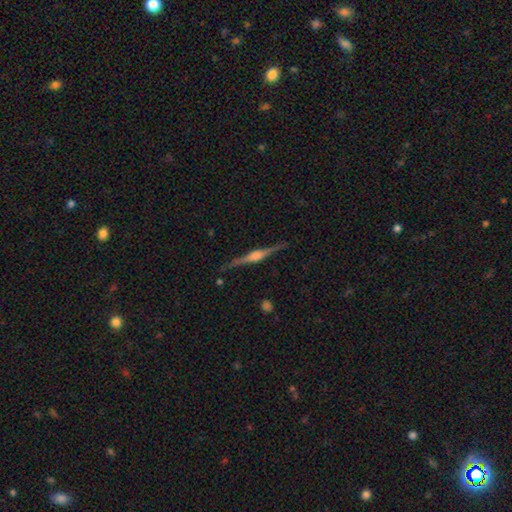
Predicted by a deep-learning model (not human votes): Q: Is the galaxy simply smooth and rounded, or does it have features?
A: featured or disk — 85%.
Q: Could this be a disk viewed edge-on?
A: yes — 98%.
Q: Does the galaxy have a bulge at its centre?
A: rounded — 79%.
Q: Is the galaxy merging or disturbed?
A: none — 87%.